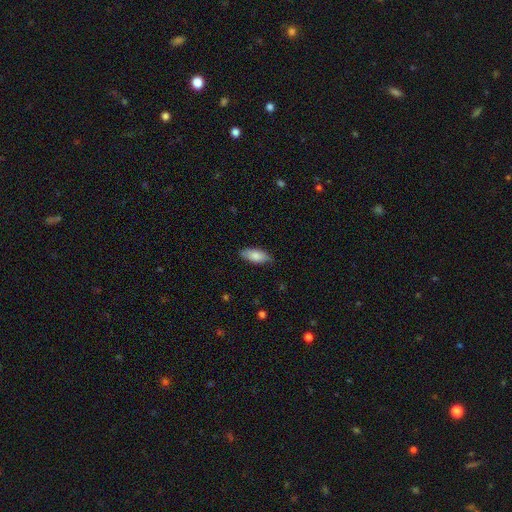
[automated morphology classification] smooth-or-featured: smooth: 83% | featured or disk: 11% | star or artifact: 6%
  how-rounded: in between: 83% | cigar-shaped: 15% | round: 2%
  merging: none: 81% | minor disturbance: 15% | major disturbance: 2% | merger: 1%